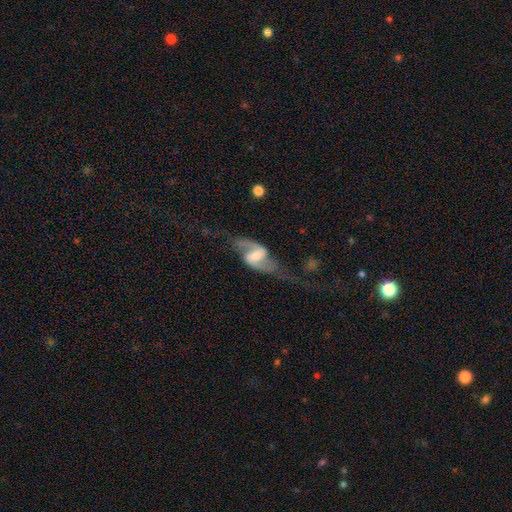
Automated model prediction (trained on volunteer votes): A featured or disk galaxy (86%) with a weak bar (46%), 2 (93%) loose (66%) spiral arms (94%) and a moderate central bulge (45%).

Vote fractions:
- Smooth or featured? featured or disk: 86% / smooth: 9% / star or artifact: 5%
- Edge-on disk? no: 96% / yes: 4%
- Bar? weak: 46% / strong: 40% / no: 14%
- Spiral arms? yes: 94% / no: 6%
- Spiral winding? loose: 66% / medium: 28% / tight: 7%
- Spiral arm count? 2: 93% / can't tell: 2% / 1: 2% / 3: 1% / 4: 1% / more than 4: 1%
- Bulge size? moderate: 45% / small: 30% / large: 11% / none: 11% / dominant: 2%
- Merging? none: 51% / major disturbance: 26% / minor disturbance: 18% / merger: 5%